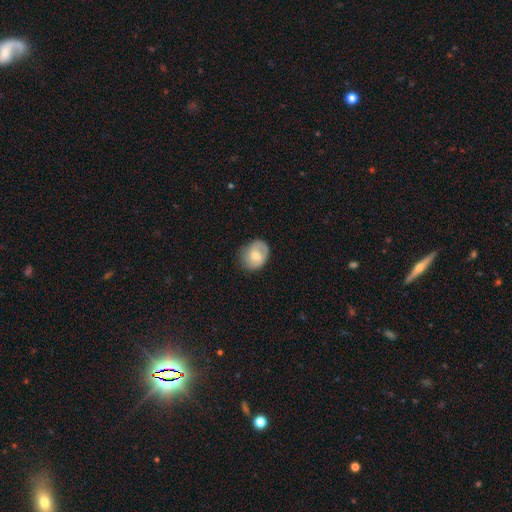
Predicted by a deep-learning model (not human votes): This appears to be a smooth galaxy with no disk features (57%) that is round (55%). Merging: none (71%).